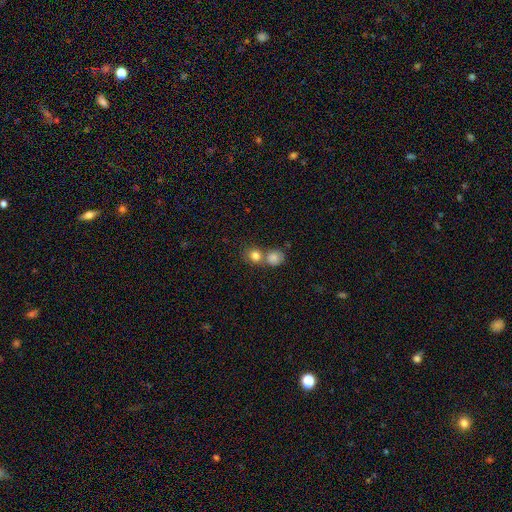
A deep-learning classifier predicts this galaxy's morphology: Smooth or featured?
  - smooth: 82% *
  - star or artifact: 10%
  - featured or disk: 8%
How rounded?
  - round: 79% *
  - in between: 20%
  - cigar-shaped: 1%
Merging?
  - merger: 46% *
  - none: 44%
  - minor disturbance: 7%
  - major disturbance: 3%